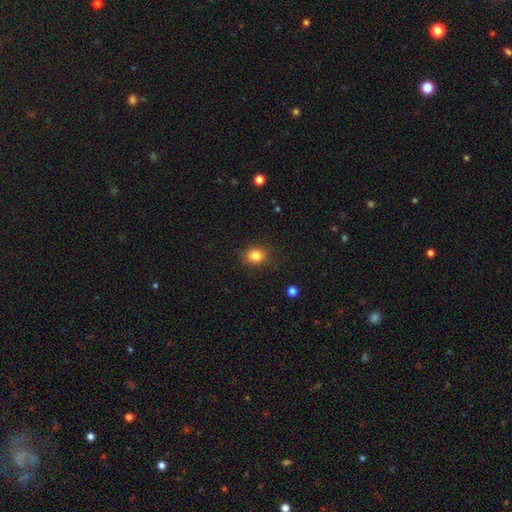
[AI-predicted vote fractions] This is clearly a smooth galaxy (83%). How rounded: likely round (64%). Merging: clearly none (86%).